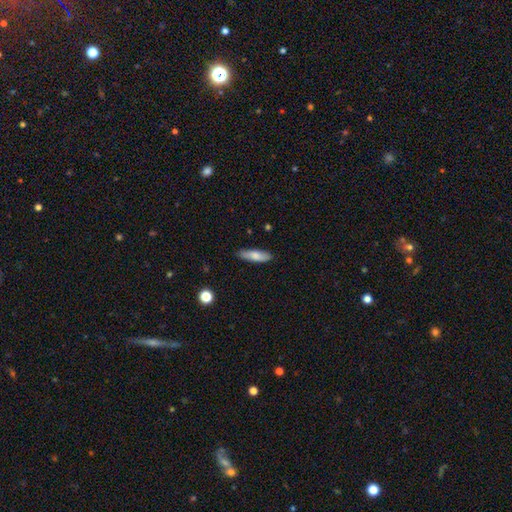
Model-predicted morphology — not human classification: This appears to be a smooth galaxy with no disk features (76%) that is cigar-shaped (56%). Merging: none (85%).